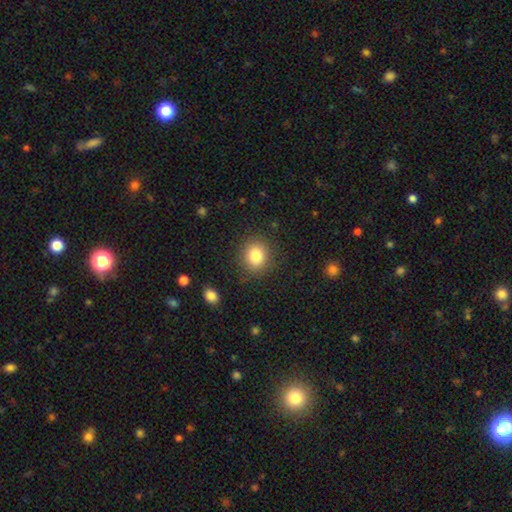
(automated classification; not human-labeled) Q: Smooth or featured?
A: smooth (82%); runner-up: star or artifact (10%)
Q: How rounded?
A: round (74%); runner-up: in between (25%)
Q: Merging?
A: none (86%); runner-up: minor disturbance (9%)